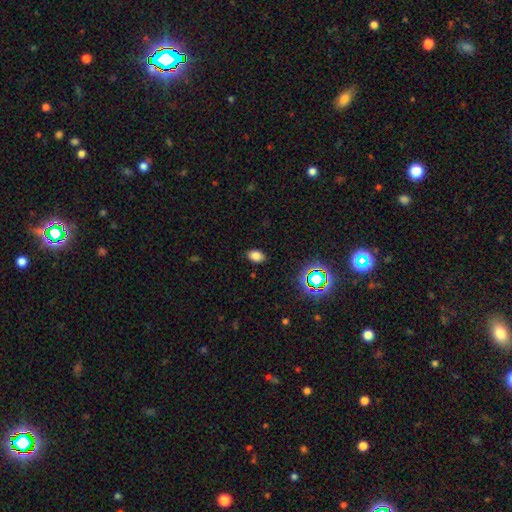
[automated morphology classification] Q: Smooth or featured?
A: smooth (78%); runner-up: star or artifact (16%)
Q: How rounded?
A: in between (82%); runner-up: round (17%)
Q: Merging?
A: none (87%); runner-up: minor disturbance (9%)